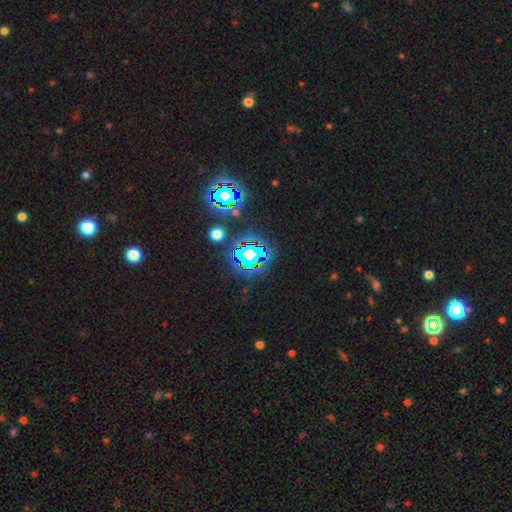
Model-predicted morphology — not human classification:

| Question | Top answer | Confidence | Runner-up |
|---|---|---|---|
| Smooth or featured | star or artifact | 82% | smooth (11%) |